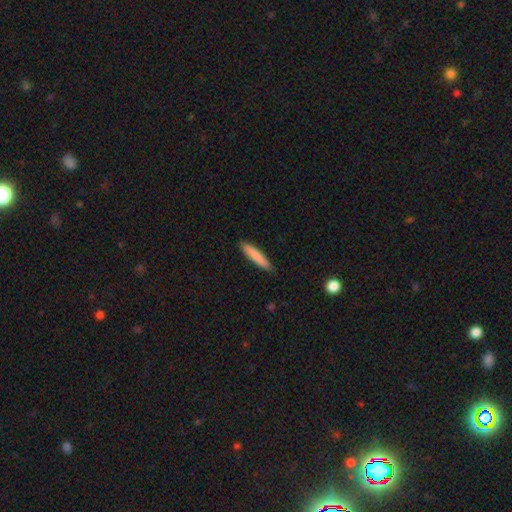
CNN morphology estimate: Q: Smooth or featured?
A: smooth (81%); runner-up: featured or disk (13%)
Q: How rounded?
A: cigar-shaped (90%); runner-up: in between (9%)
Q: Merging?
A: none (90%); runner-up: minor disturbance (8%)